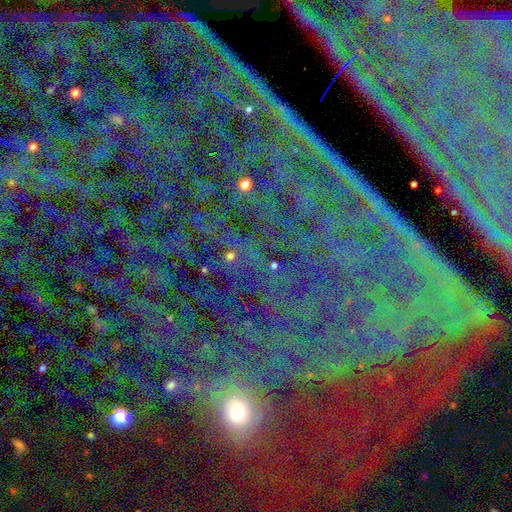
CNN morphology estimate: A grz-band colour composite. It shows a star or artifact, not a galaxy (80%).